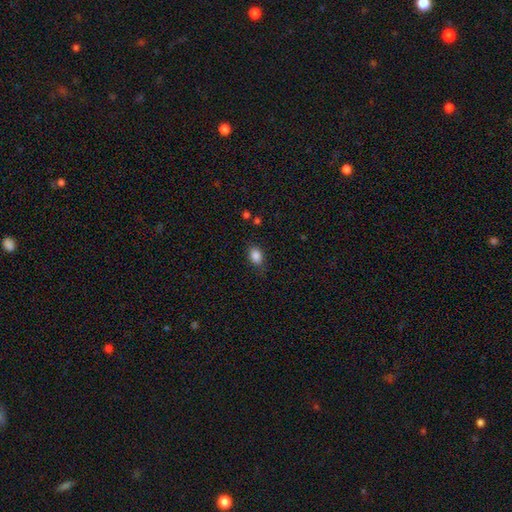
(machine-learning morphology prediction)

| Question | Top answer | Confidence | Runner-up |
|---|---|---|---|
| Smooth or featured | smooth | 86% | star or artifact (9%) |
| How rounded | in between | 79% | round (19%) |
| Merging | none | 77% | minor disturbance (17%) |